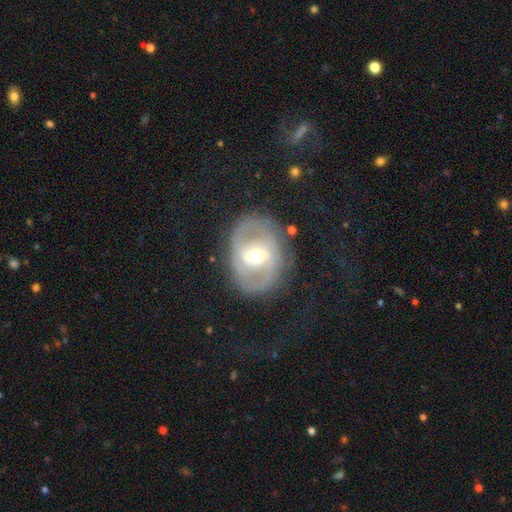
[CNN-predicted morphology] This appears to be a featured or disk galaxy (78%) with a weak bar (48%), 2 (75%) medium (42%) spiral arms (83%) and a moderate central bulge (62%). Merging: none (75%).